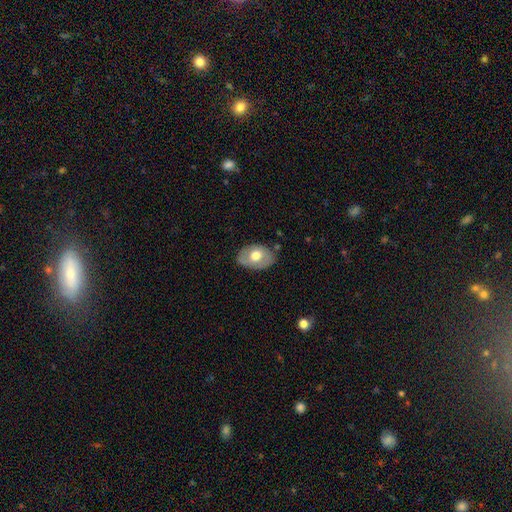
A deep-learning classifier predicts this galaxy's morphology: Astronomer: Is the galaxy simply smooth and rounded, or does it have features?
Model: smooth — 54% (runner-up: featured or disk, 40%).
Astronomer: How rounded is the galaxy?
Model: in between — 83%.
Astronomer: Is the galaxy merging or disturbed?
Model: none — 75%.